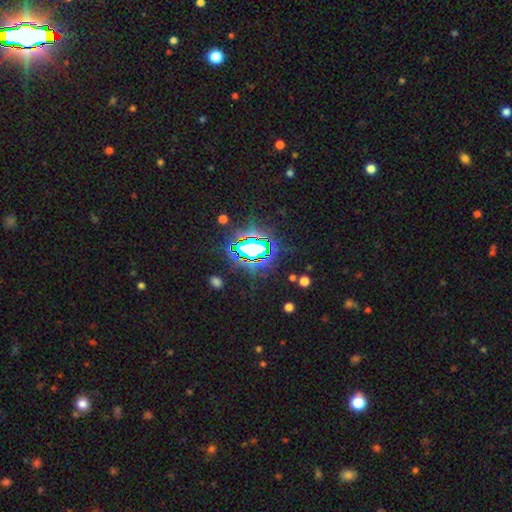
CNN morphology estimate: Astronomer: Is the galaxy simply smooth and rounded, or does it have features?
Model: star or artifact — 78%.